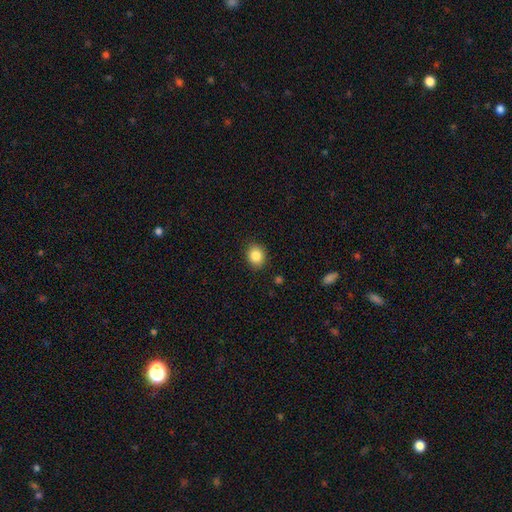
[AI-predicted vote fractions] The model was most divided on "how rounded": round: 67%, in between: 32%, cigar-shaped: 1%. More confident: merging — none (89%); smooth or featured — smooth (86%).